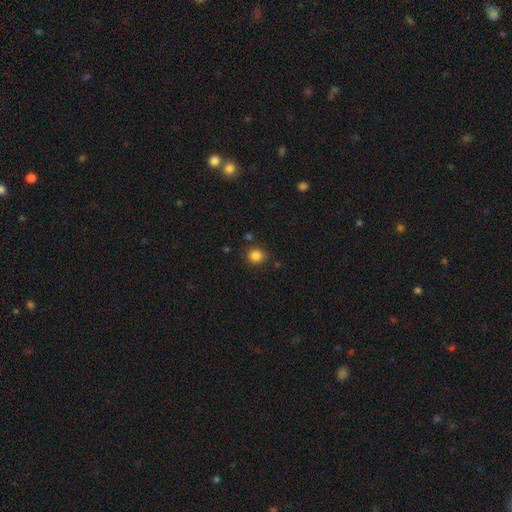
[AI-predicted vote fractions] smooth-or-featured: smooth: 85% | star or artifact: 11% | featured or disk: 4%
  how-rounded: round: 81% | in between: 18% | cigar-shaped: 1%
  merging: none: 84% | minor disturbance: 10% | merger: 3% | major disturbance: 3%